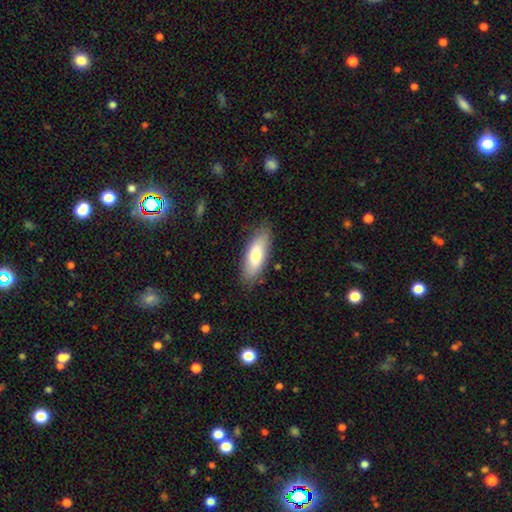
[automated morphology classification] smooth 76%, featured or disk 18%, star or artifact 6%. Down the decision tree: how rounded — in between (67%); merging — none (84%).